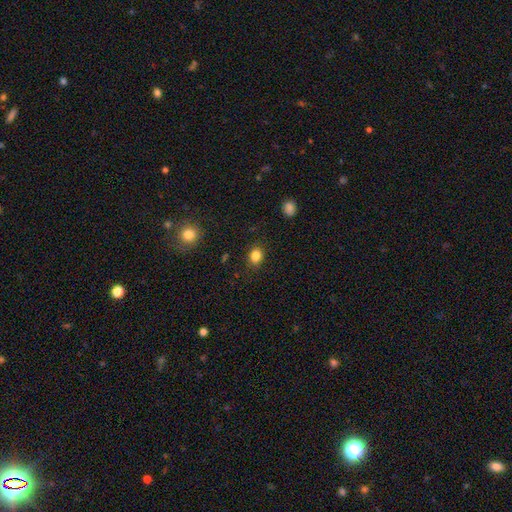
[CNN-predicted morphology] A smooth galaxy with no disk features (84%) that is round (61%).

Vote fractions:
- Smooth or featured? smooth: 84% / star or artifact: 11% / featured or disk: 5%
- How rounded? round: 61% / in between: 38% / cigar-shaped: 1%
- Merging? none: 86% / minor disturbance: 10% / major disturbance: 3% / merger: 1%